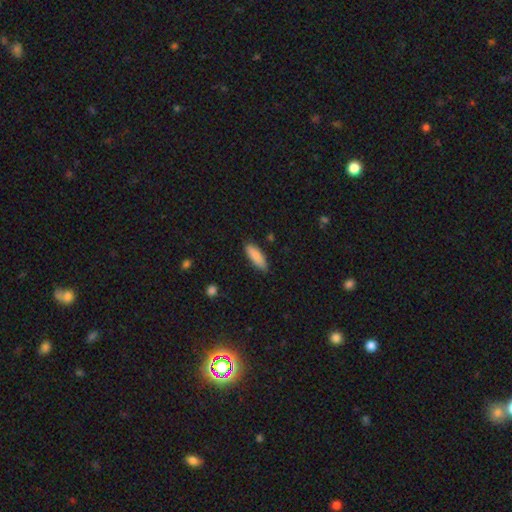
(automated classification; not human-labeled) Q: Smooth or featured?
A: smooth (87%); runner-up: featured or disk (7%)
Q: How rounded?
A: in between (56%); runner-up: cigar-shaped (42%)
Q: Merging?
A: none (84%); runner-up: minor disturbance (12%)